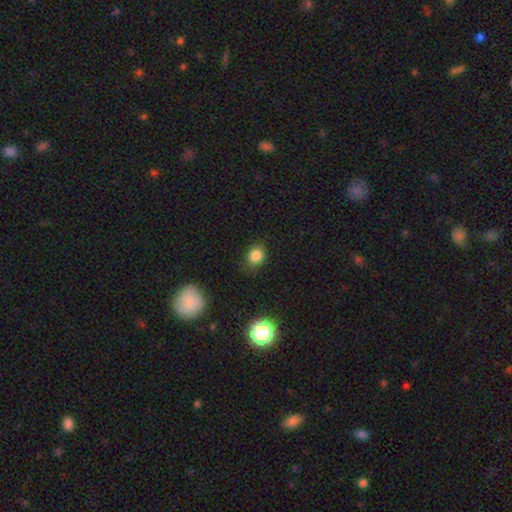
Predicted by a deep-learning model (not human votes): A smooth galaxy with no disk features (82%) that is round (60%).

Vote fractions:
- Smooth or featured? smooth: 82% / star or artifact: 12% / featured or disk: 5%
- How rounded? round: 60% / in between: 39% / cigar-shaped: 1%
- Merging? none: 76% / minor disturbance: 18% / major disturbance: 4% / merger: 2%